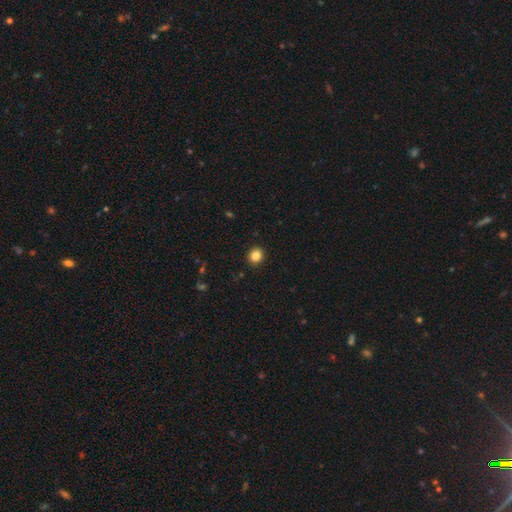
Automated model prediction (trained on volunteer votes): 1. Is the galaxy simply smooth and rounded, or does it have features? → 85% smooth, 11% star or artifact, 4% featured or disk.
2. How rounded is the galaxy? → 85% round, 14% in between, 1% cigar-shaped.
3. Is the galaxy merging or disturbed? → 92% none, 5% minor disturbance, 2% major disturbance, 1% merger.